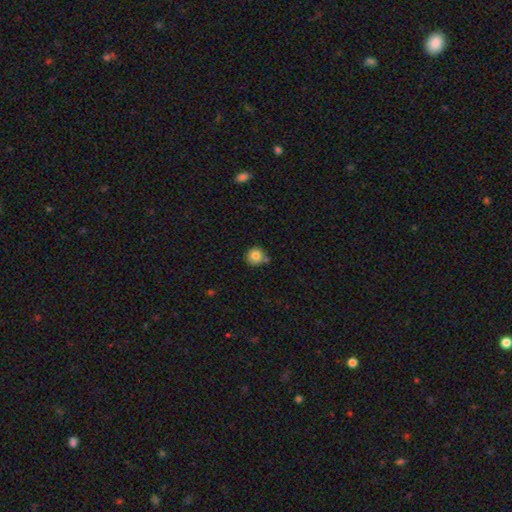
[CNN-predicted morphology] Smooth or featured?
  - smooth: 80% *
  - star or artifact: 10%
  - featured or disk: 10%
How rounded?
  - round: 92% *
  - in between: 7%
  - cigar-shaped: 1%
Merging?
  - none: 70% *
  - minor disturbance: 15%
  - merger: 12%
  - major disturbance: 3%